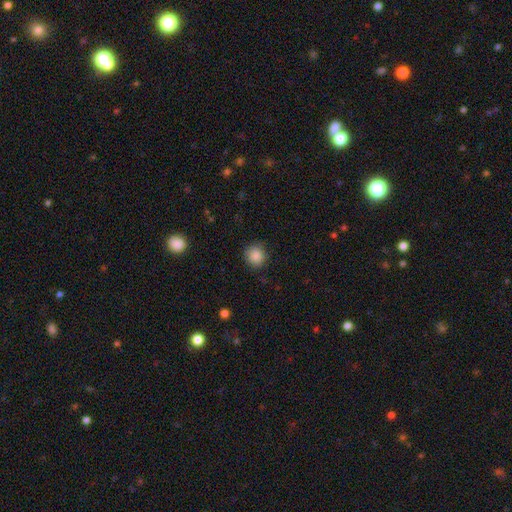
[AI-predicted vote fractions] Overall: smooth (87%). How rounded: round (90%). Merging: none (88%).